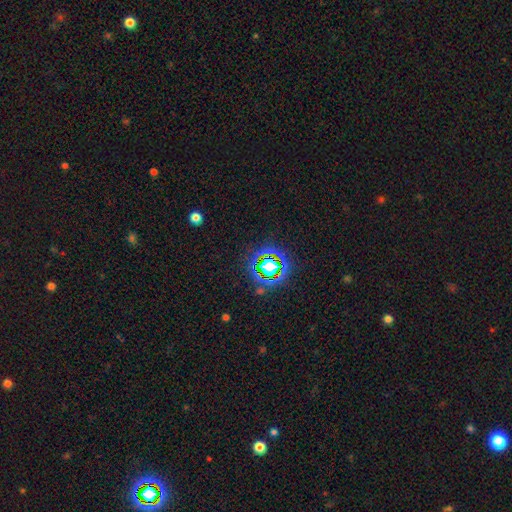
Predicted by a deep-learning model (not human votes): smooth_or_featured: star or artifact (p=0.75) [alt: smooth p=0.17]